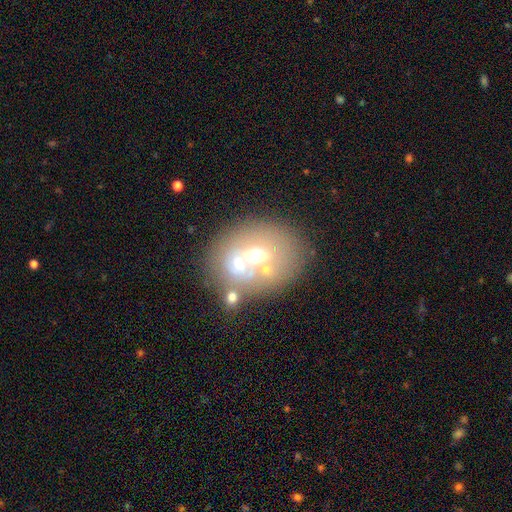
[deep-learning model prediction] A smooth galaxy with no disk features (46%).

Vote fractions:
- Smooth or featured? smooth: 46% / featured or disk: 40% / star or artifact: 14%
- Merging? none: 45% / merger: 35% / minor disturbance: 13% / major disturbance: 8%